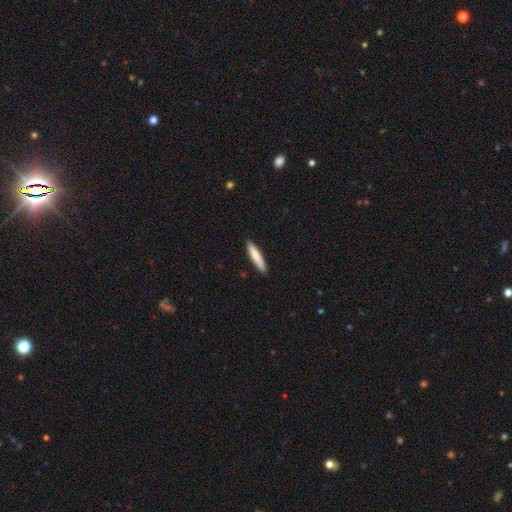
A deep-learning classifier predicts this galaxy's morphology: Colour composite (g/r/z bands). It shows a smooth galaxy with no disk features (78%) that is cigar-shaped (88%). Merging: none (89%).